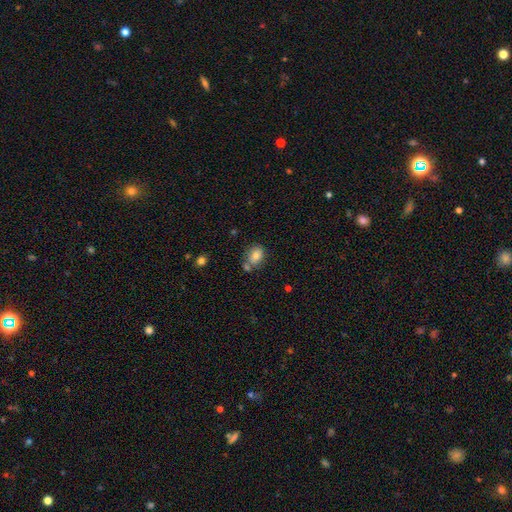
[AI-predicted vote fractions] This appears to be a smooth galaxy with no disk features (79%) that is in between round and cigar-shaped (66%). Merging: none (58%).